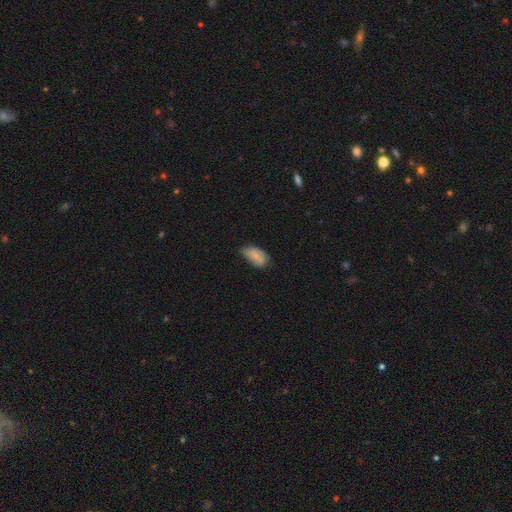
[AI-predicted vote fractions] The model was most divided on "merging": none: 54%, minor disturbance: 36%, major disturbance: 8%, merger: 2%. More confident: how rounded — in between (93%); smooth or featured — smooth (77%).